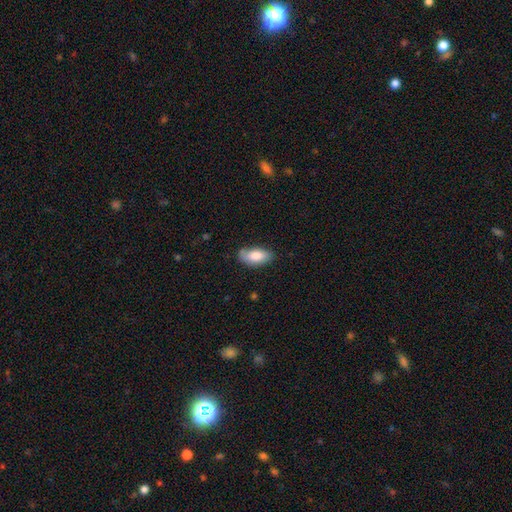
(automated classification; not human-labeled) A smooth galaxy with no disk features (81%) that is in between round and cigar-shaped (91%). Merging: none (70%).